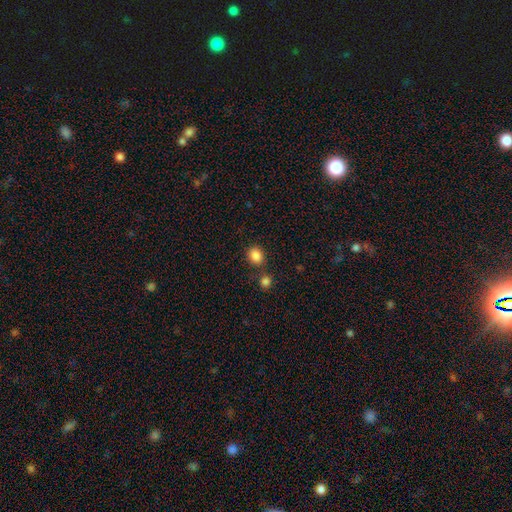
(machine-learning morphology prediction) Overall: smooth (86%). How rounded: round (58%; in between 41%). Merging: none (76%).